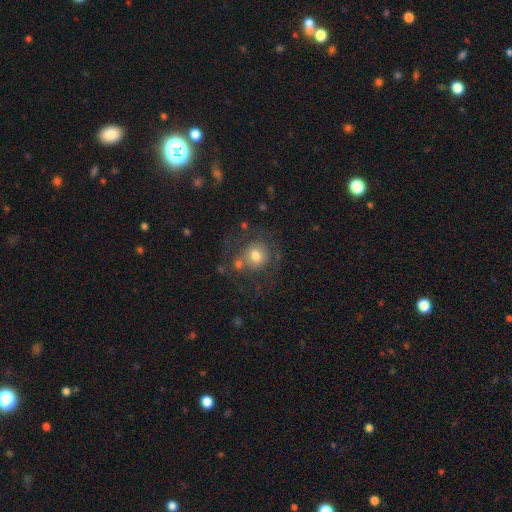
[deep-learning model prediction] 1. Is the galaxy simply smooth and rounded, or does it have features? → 60% smooth, 29% featured or disk, 11% star or artifact.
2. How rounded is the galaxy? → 84% round, 15% in between, 1% cigar-shaped.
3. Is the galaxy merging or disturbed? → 58% none, 17% minor disturbance, 15% major disturbance, 10% merger.